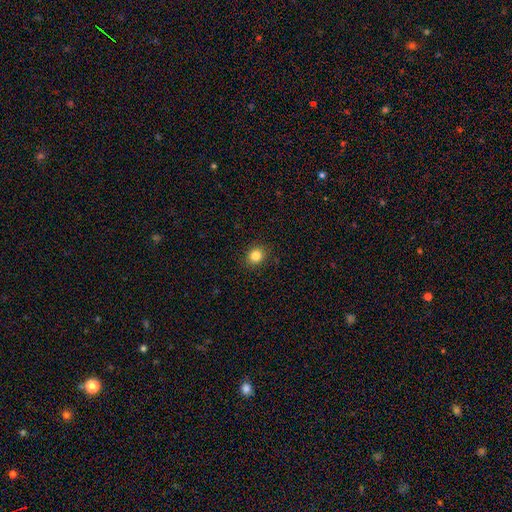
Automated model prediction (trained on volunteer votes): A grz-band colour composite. It shows a smooth galaxy with no disk features (83%) that is round (74%). Merging: none (90%).